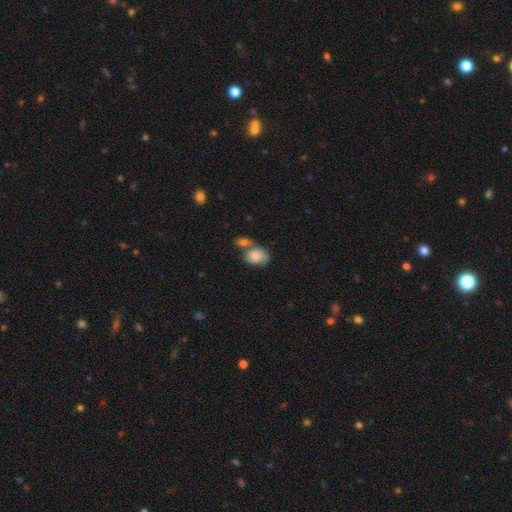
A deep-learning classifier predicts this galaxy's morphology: type=smooth (79%); roundness=in between (71%); merging=merger (40%).